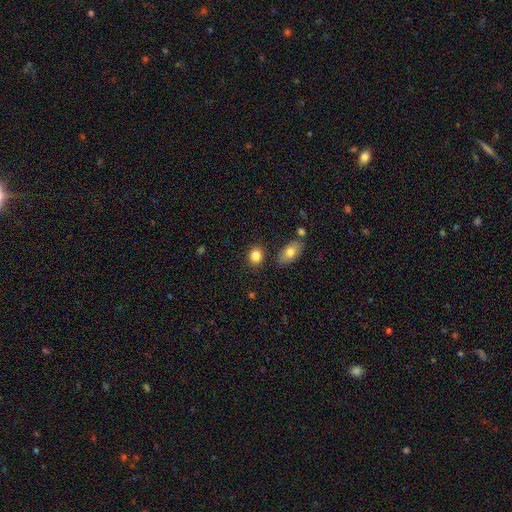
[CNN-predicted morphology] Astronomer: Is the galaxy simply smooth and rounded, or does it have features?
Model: smooth — 84%.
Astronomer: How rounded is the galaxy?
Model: round — 55% (runner-up: in between, 43%).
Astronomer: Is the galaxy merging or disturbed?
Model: none — 82%.